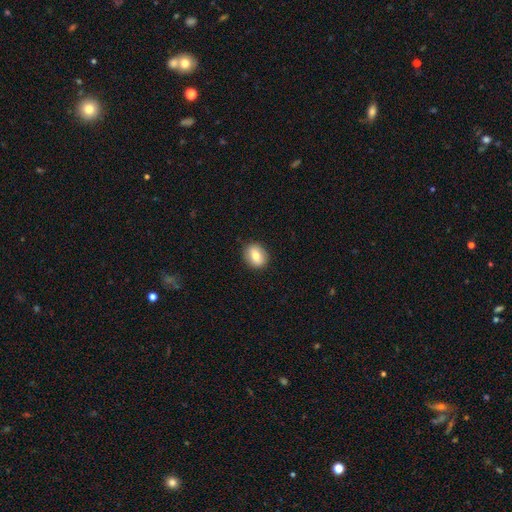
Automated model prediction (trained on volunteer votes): smooth_or_featured: smooth (p=0.73) [alt: featured or disk p=0.19]
how_rounded: round (p=0.64) [alt: in between p=0.35]
merging: none (p=0.89) [alt: minor disturbance p=0.08]